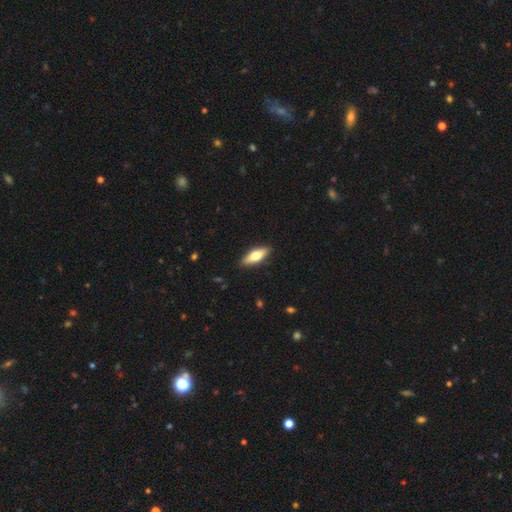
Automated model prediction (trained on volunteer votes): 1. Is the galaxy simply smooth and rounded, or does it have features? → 63% smooth, 31% featured or disk, 5% star or artifact.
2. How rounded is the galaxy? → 60% in between, 37% cigar-shaped, 2% round.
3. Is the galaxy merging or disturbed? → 89% none, 8% minor disturbance, 2% major disturbance, 1% merger.